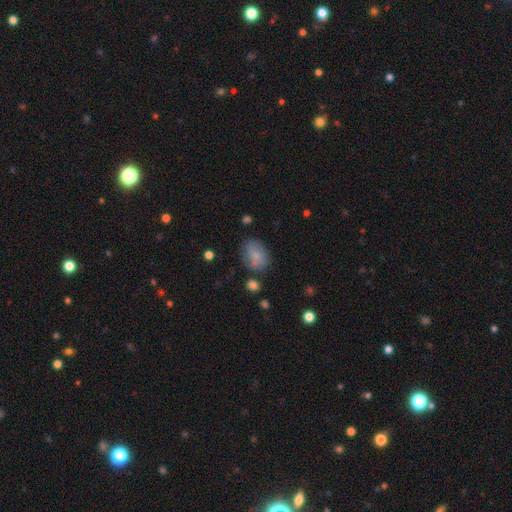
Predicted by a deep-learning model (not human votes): Smooth or featured? smooth (76%)
How rounded? in between (74%)
Merging? none (63%)